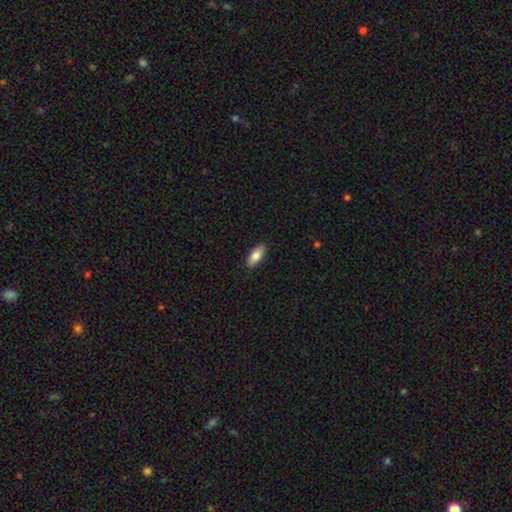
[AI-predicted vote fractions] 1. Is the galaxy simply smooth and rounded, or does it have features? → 84% smooth, 9% featured or disk, 6% star or artifact.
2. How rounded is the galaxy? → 85% in between, 13% cigar-shaped, 2% round.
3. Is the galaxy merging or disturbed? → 89% none, 8% minor disturbance, 2% major disturbance, 1% merger.